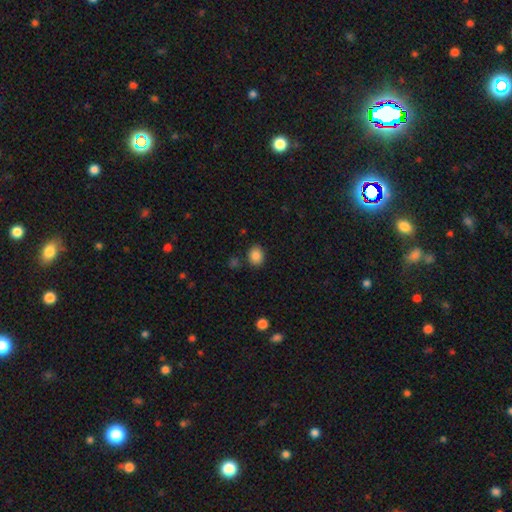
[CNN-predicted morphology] smooth-or-featured: smooth: 86% | star or artifact: 9% | featured or disk: 4%
  how-rounded: round: 52% | in between: 47% | cigar-shaped: 1%
  merging: none: 84% | minor disturbance: 9% | merger: 4% | major disturbance: 3%